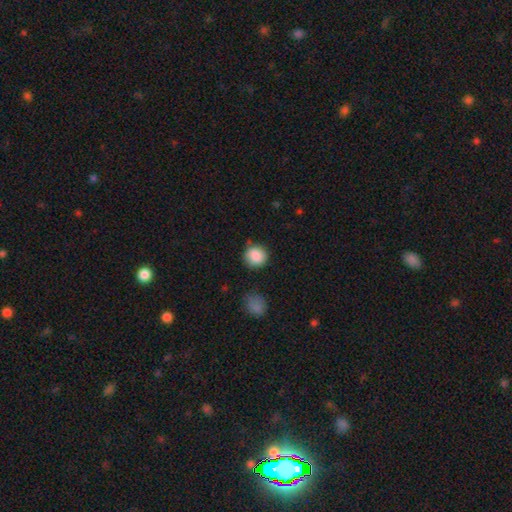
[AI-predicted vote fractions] This is clearly a smooth galaxy (88%). How rounded: clearly round (89%). Merging: likely none (79%).